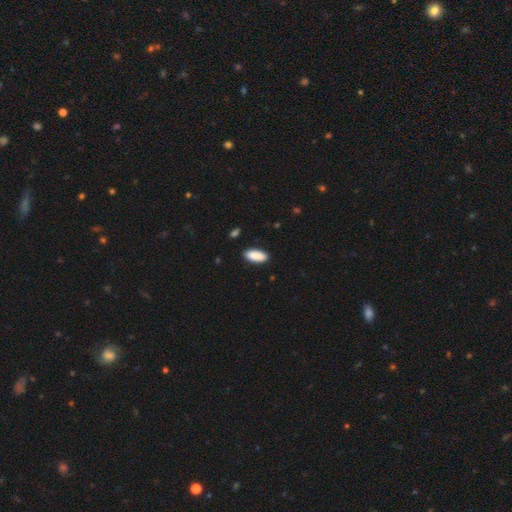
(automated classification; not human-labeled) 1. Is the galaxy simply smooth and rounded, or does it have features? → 91% smooth, 6% star or artifact, 4% featured or disk.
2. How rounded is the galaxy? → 84% in between, 15% cigar-shaped, 2% round.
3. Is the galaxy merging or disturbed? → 89% none, 8% minor disturbance, 2% major disturbance, 1% merger.